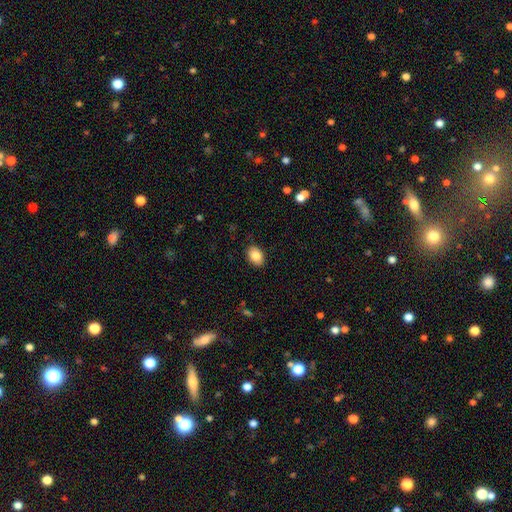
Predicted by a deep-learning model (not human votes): This appears to be a smooth galaxy with no disk features (86%) that is in between round and cigar-shaped (82%). Merging: none (88%).